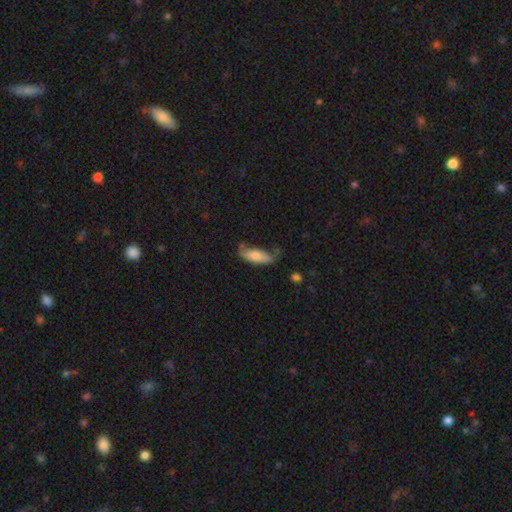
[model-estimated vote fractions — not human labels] This appears to be a smooth galaxy with no disk features (79%) that is in between round and cigar-shaped (63%). Merging: none (63%).